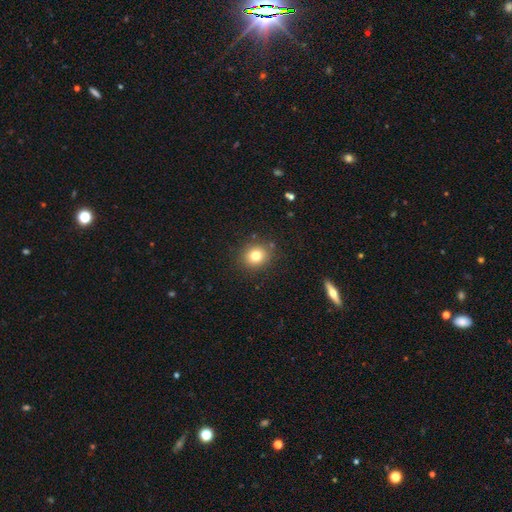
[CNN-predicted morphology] The model was most divided on "how rounded": round: 81%, in between: 18%, cigar-shaped: 1%. More confident: merging — none (87%); smooth or featured — smooth (78%).